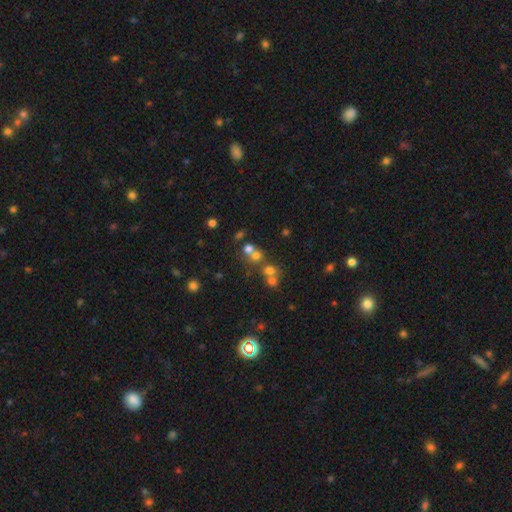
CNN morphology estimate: A smooth galaxy with no disk features (60%) that is round (83%). Merging: none (45%).